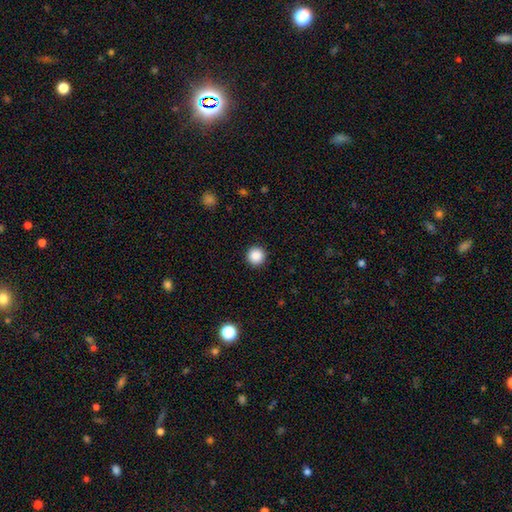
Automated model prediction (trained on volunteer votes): Smooth or featured: smooth — 88% (star or artifact — 9%)
How rounded: round — 96% (in between — 3%)
Merging: none — 93% (minor disturbance — 4%)